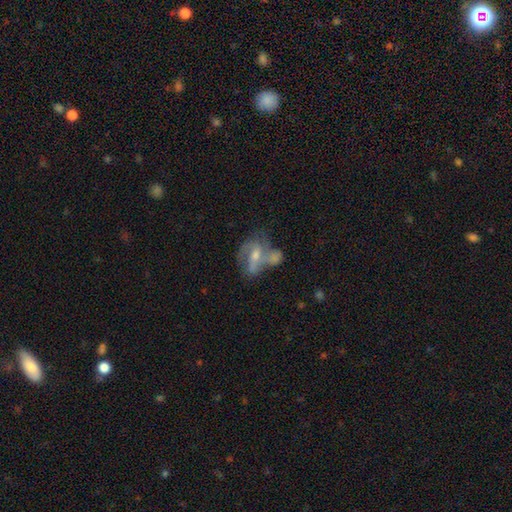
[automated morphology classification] This is likely a featured or disk galaxy (72%). It is clearly not viewed edge-on (95%). Bar: marginally weak (45%). Spiral arm pattern: clearly yes (83%). Spiral arm count: likely 2 (67%). Spiral winding: possibly medium (46%). Central bulge: possibly moderate (51%). Merging: marginally merger (39%).